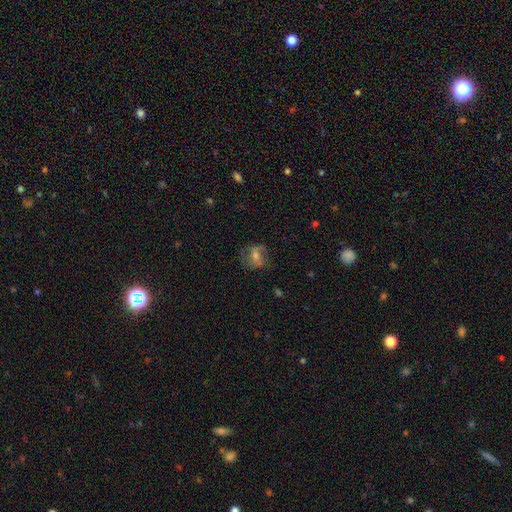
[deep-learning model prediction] smooth_or_featured: featured or disk (p=0.50) [alt: smooth p=0.35]
disk_edge_on: no (p=0.94) [alt: yes p=0.06]
merging: none (p=0.65) [alt: minor disturbance p=0.19]